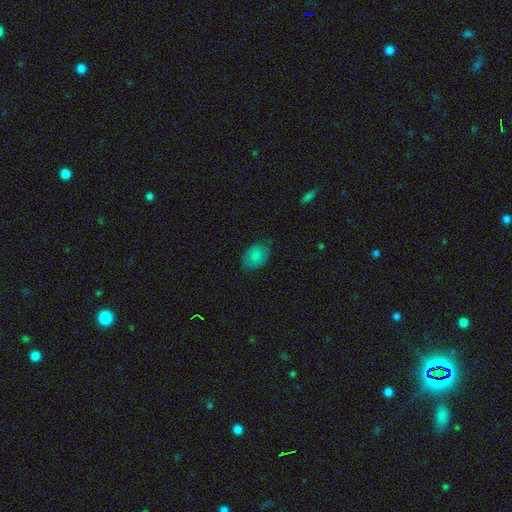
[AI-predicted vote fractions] The model was most divided on "how rounded": in between: 69%, round: 30%, cigar-shaped: 1%. More confident: smooth or featured — smooth (83%); merging — none (73%).